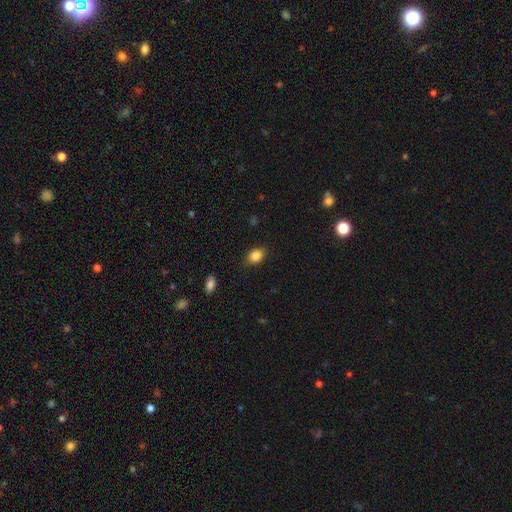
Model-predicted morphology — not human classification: A smooth galaxy with no disk features (84%) that is in between round and cigar-shaped (68%). Merging: none (84%).